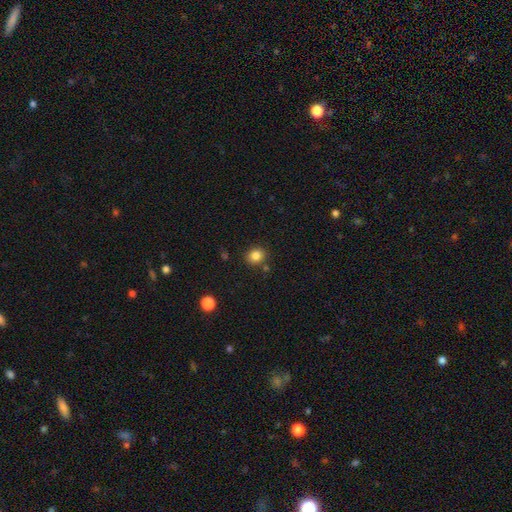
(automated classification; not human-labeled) A smooth galaxy with no disk features (83%) that is round (71%).

Vote fractions:
- Smooth or featured? smooth: 83% / star or artifact: 11% / featured or disk: 5%
- How rounded? round: 71% / in between: 28% / cigar-shaped: 1%
- Merging? none: 84% / minor disturbance: 9% / merger: 5% / major disturbance: 3%